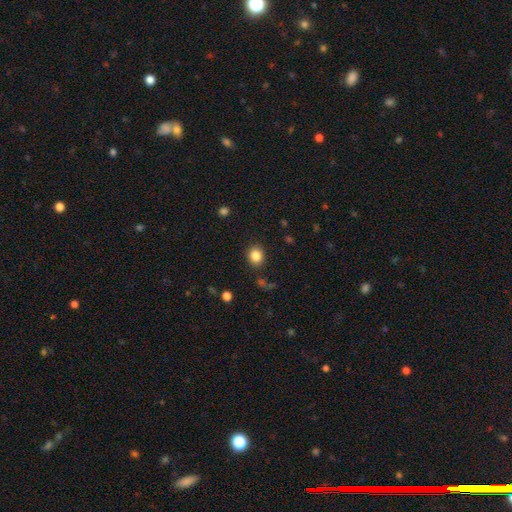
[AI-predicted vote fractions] This appears to be a smooth galaxy with no disk features (84%) that is round (69%). Merging: none (86%).